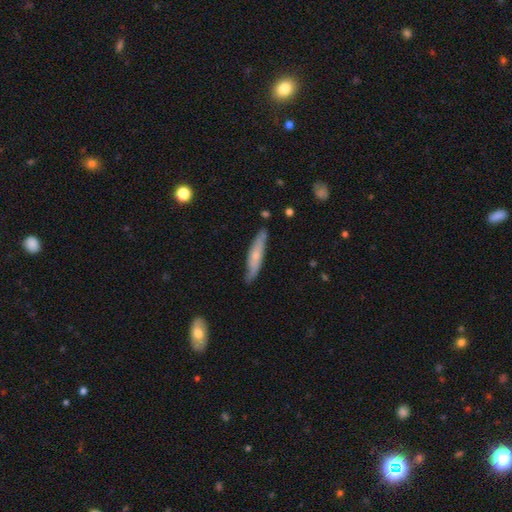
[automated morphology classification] type=smooth (52%); roundness=cigar-shaped (83%); merging=none (77%).